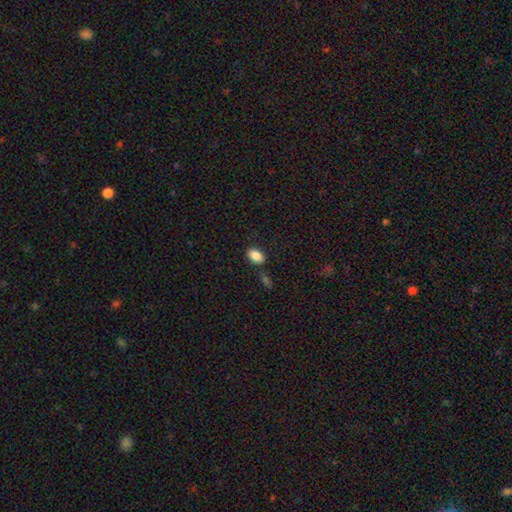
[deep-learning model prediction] smooth 87%, star or artifact 9%, featured or disk 4%. Down the decision tree: how rounded — in between (88%); merging — none (77%).